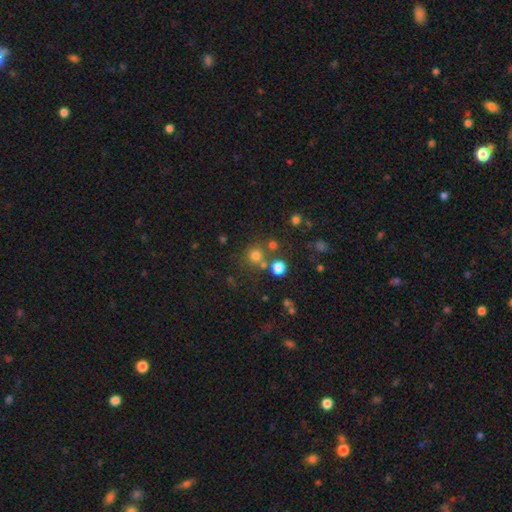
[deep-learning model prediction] Overall: smooth (73%). How rounded: round (89%). Merging: none (70%).